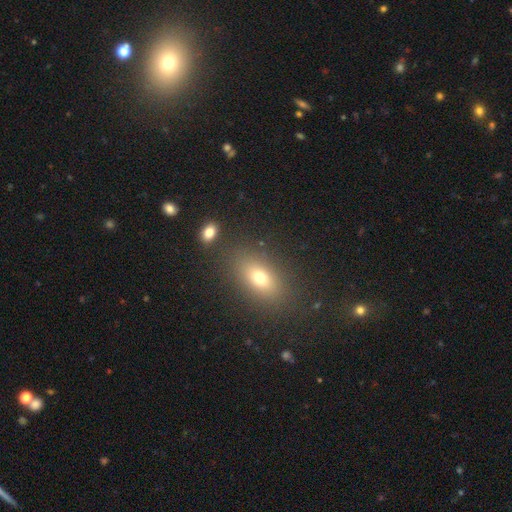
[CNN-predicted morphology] A smooth galaxy with no disk features (61%) that is in between round and cigar-shaped (77%).

Vote fractions:
- Smooth or featured? smooth: 61% / star or artifact: 26% / featured or disk: 13%
- How rounded? in between: 77% / round: 18% / cigar-shaped: 5%
- Merging? none: 83% / minor disturbance: 9% / merger: 4% / major disturbance: 3%